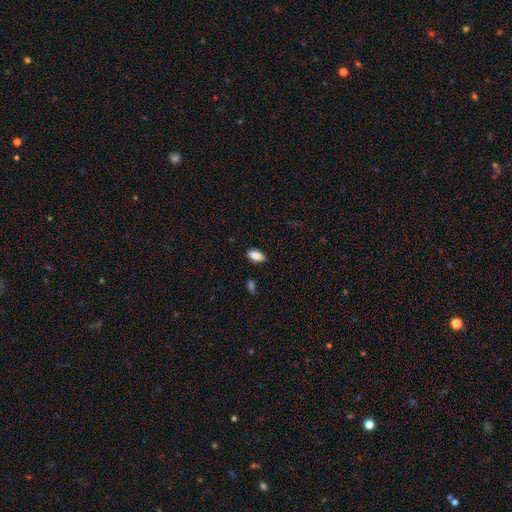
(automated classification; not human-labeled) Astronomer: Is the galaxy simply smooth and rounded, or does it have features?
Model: smooth — 88%.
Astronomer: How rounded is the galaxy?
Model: in between — 89%.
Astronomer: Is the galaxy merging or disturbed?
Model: none — 85%.